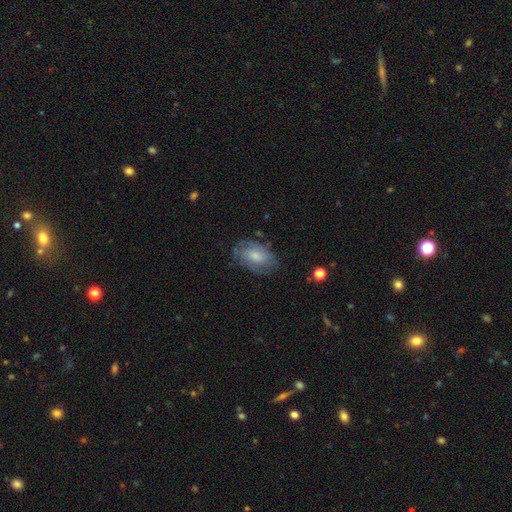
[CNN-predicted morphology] This is possibly a smooth galaxy (56%). How rounded: clearly in between (90%). Merging: likely none (70%).